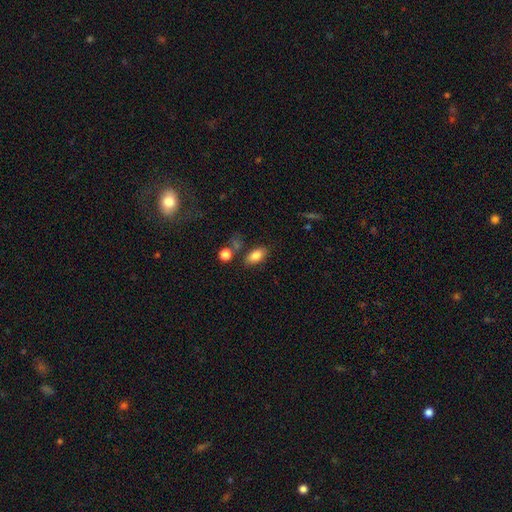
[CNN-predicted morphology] This appears to be a smooth galaxy with no disk features (83%) that is in between round and cigar-shaped (89%). Merging: none (73%).